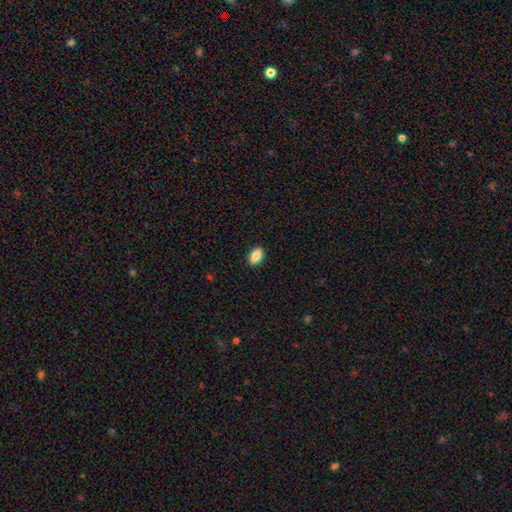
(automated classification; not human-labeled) smooth-or-featured: smooth: 86% | star or artifact: 8% | featured or disk: 7%
  how-rounded: in between: 89% | round: 8% | cigar-shaped: 3%
  merging: none: 90% | minor disturbance: 8% | major disturbance: 2% | merger: 1%